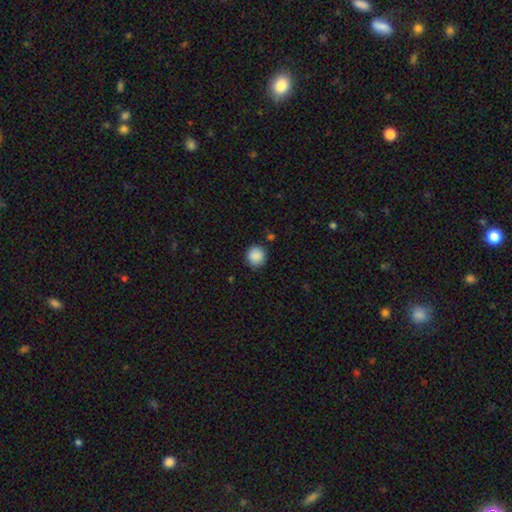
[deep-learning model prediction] This appears to be a smooth galaxy with no disk features (89%) that is round (91%). Merging: none (87%).